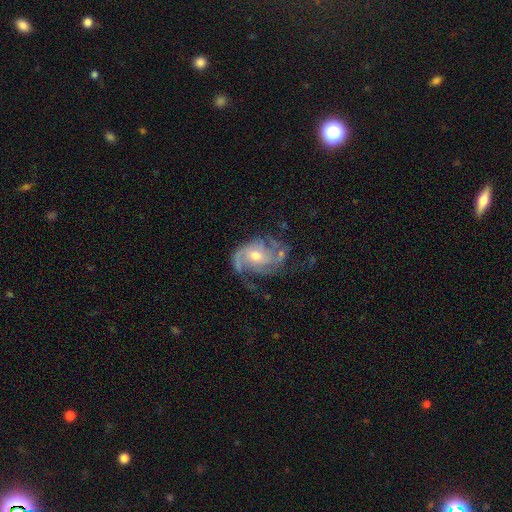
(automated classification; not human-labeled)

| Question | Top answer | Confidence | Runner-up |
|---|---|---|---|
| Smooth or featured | featured or disk | 86% | smooth (8%) |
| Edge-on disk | no | 98% | yes (2%) |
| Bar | no | 58% | weak (34%) |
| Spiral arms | yes | 94% | no (6%) |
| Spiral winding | medium | 45% | tight (32%) |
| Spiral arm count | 2 | 35% | 3 (26%) |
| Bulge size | moderate | 59% | small (36%) |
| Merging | none | 52% | minor disturbance (23%) |